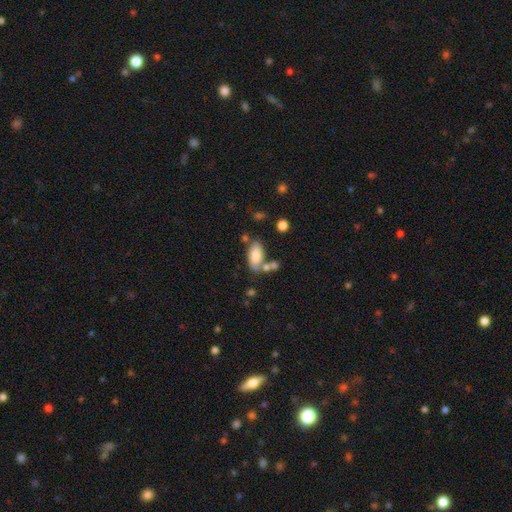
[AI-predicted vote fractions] This is likely a smooth galaxy (79%). How rounded: clearly in between (91%). Merging: likely none (65%).